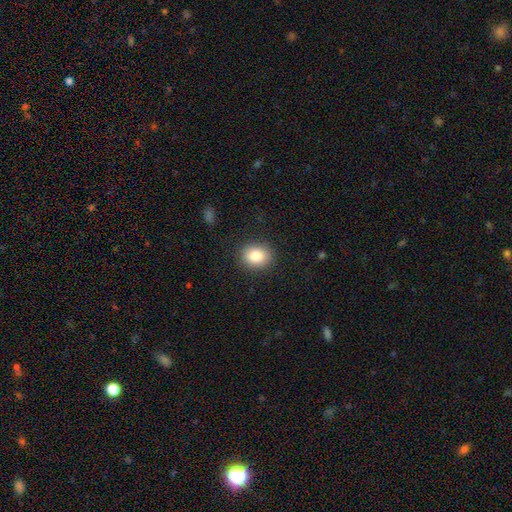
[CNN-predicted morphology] This is clearly a smooth galaxy (84%). How rounded: possibly round (54%). Merging: clearly none (88%).